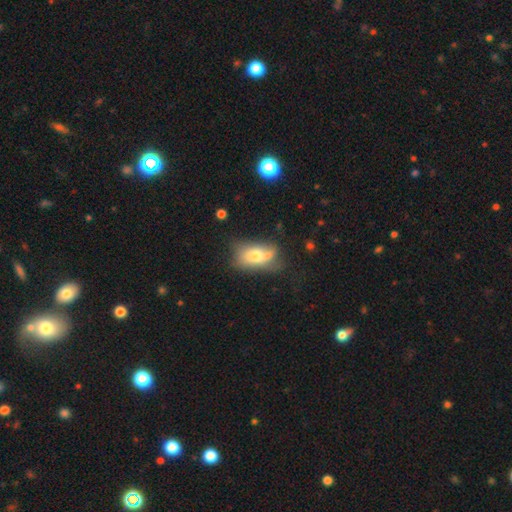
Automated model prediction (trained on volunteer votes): Smooth or featured?
  - smooth: 63% *
  - featured or disk: 28%
  - star or artifact: 10%
How rounded?
  - in between: 84% *
  - round: 12%
  - cigar-shaped: 4%
Merging?
  - none: 39% *
  - minor disturbance: 28%
  - major disturbance: 17%
  - merger: 17%